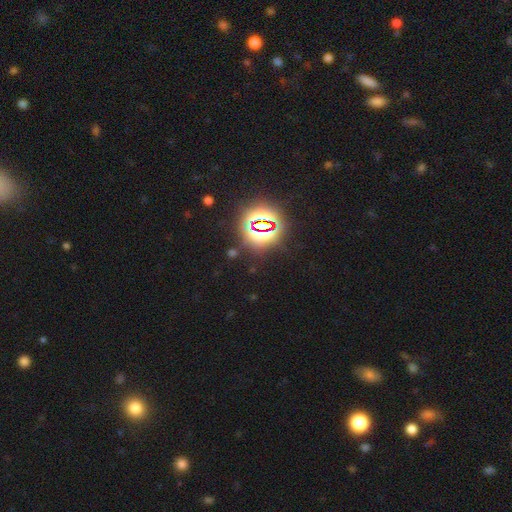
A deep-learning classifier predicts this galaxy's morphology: smooth_or_featured: star or artifact (p=0.81) [alt: smooth p=0.12]